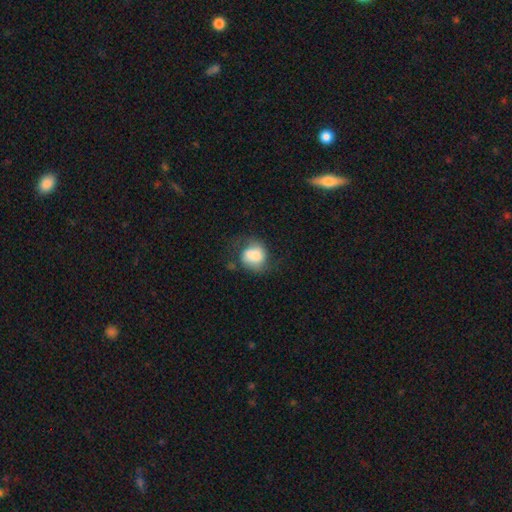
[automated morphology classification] Smooth or featured: smooth — 68% (featured or disk — 23%)
How rounded: round — 58% (in between — 41%)
Merging: none — 41% (minor disturbance — 30%)